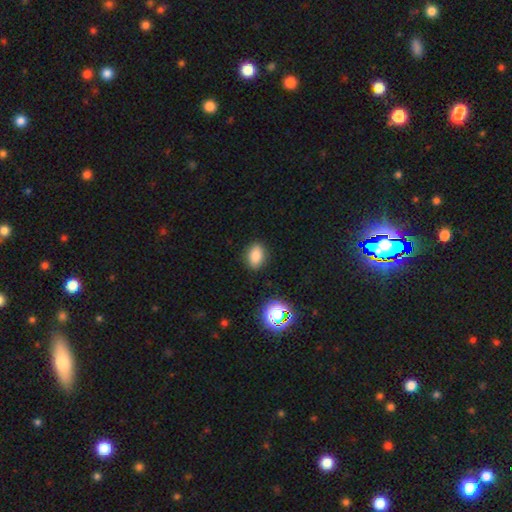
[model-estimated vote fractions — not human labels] Q: Smooth or featured?
A: smooth (80%); runner-up: star or artifact (13%)
Q: How rounded?
A: in between (77%); runner-up: round (21%)
Q: Merging?
A: none (88%); runner-up: minor disturbance (8%)